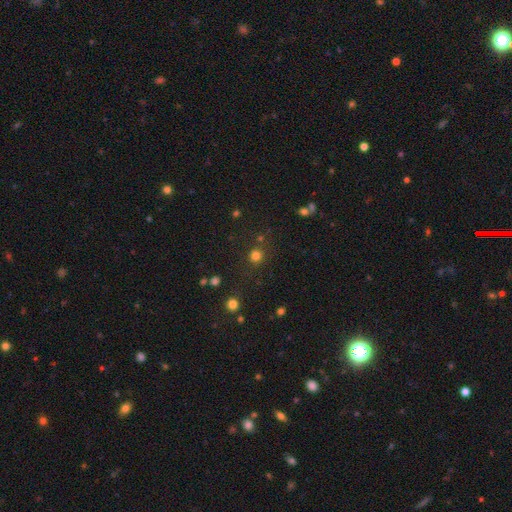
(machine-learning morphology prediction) smooth-or-featured: smooth: 79% | star or artifact: 16% | featured or disk: 5%
  how-rounded: round: 91% | in between: 8% | cigar-shaped: 1%
  merging: none: 84% | minor disturbance: 8% | merger: 5% | major disturbance: 4%